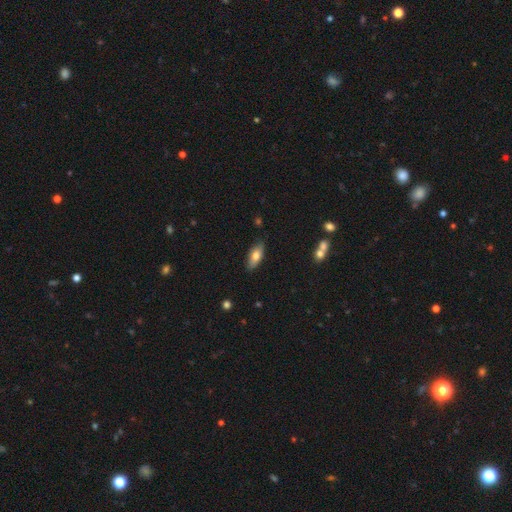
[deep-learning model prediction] Overall: smooth (72%). How rounded: in between (77%). Merging: none (83%).